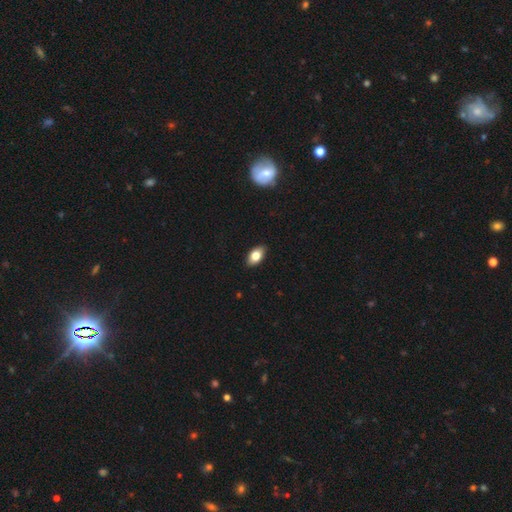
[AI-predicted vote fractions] smooth-or-featured: smooth: 79% | featured or disk: 13% | star or artifact: 8%
  how-rounded: in between: 91% | round: 6% | cigar-shaped: 3%
  merging: none: 89% | minor disturbance: 9% | major disturbance: 2% | merger: 1%